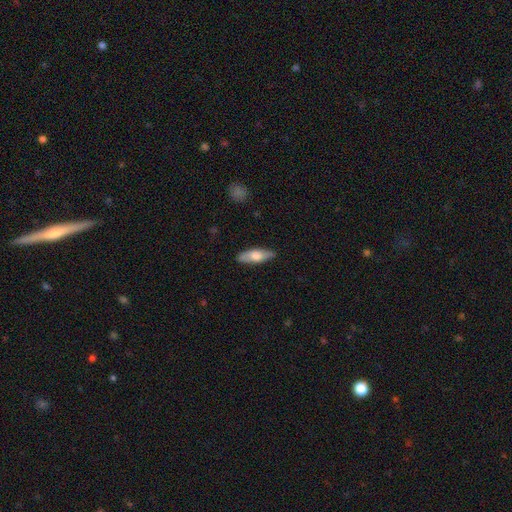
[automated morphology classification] Smooth or featured? Predicted: smooth (p=0.62). How rounded? Predicted: in between (p=0.55). Merging? Predicted: none (p=0.87).